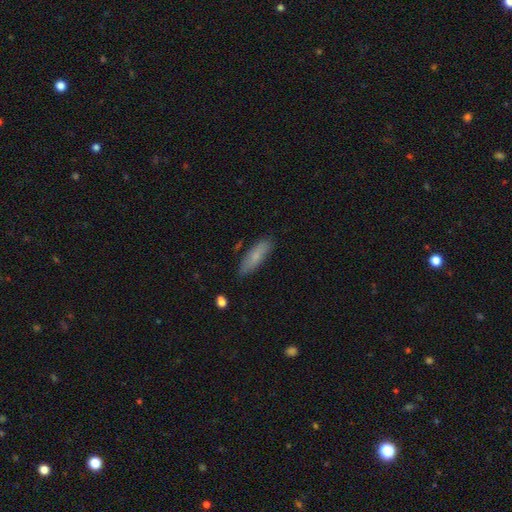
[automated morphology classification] Smooth or featured? Predicted: smooth (p=0.73). How rounded? Predicted: cigar-shaped (p=0.56). Merging? Predicted: none (p=0.83).